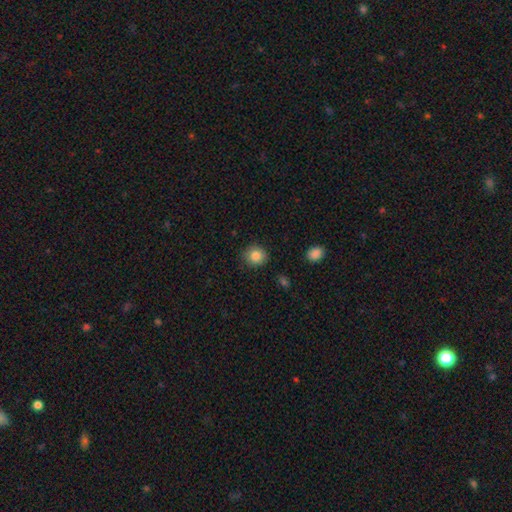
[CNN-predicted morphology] Overall: smooth (84%). How rounded: round (83%). Merging: none (88%).